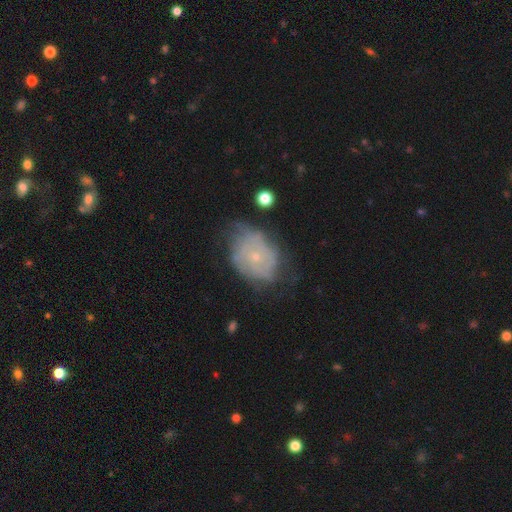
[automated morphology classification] Smooth or featured? featured or disk (55%)
Edge-on disk? no (96%)
Bar? no (86%)
Spiral arms? yes (58%)
Bulge size? small (79%)
Merging? none (51%)